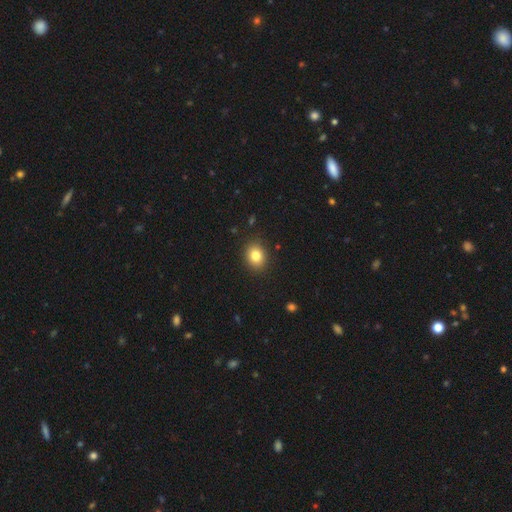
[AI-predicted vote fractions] A smooth galaxy with no disk features (83%) that is round (58%). Merging: none (89%).